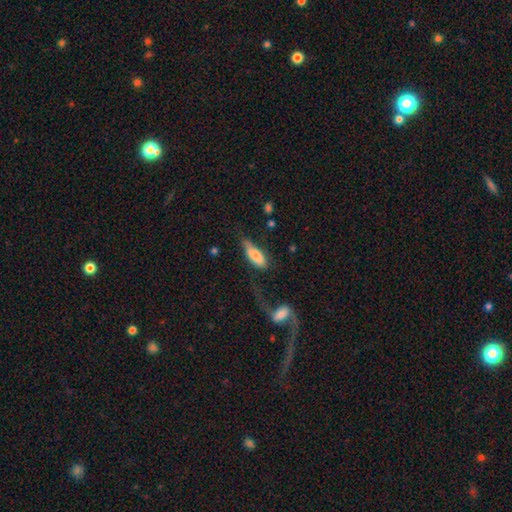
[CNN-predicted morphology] smooth 74%, featured or disk 20%, star or artifact 6%. Down the decision tree: how rounded — in between (76%); merging — none (36%).